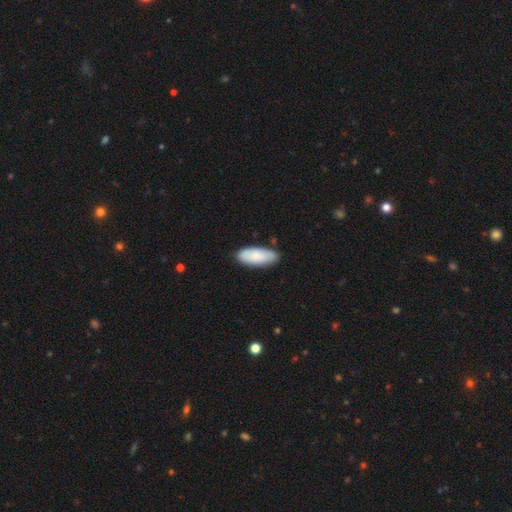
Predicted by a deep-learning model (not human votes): smooth 81%, featured or disk 13%, star or artifact 6%. Down the decision tree: how rounded — in between (82%); merging — none (82%).